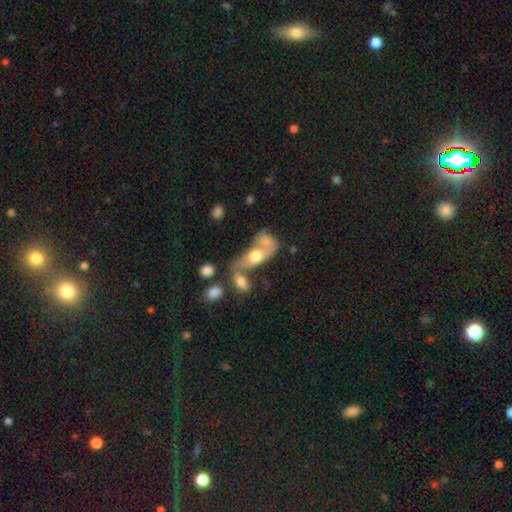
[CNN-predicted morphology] The model was most divided on "smooth or featured": smooth: 57%, featured or disk: 35%, star or artifact: 8%. More confident: how rounded — in between (78%); merging — merger (60%).